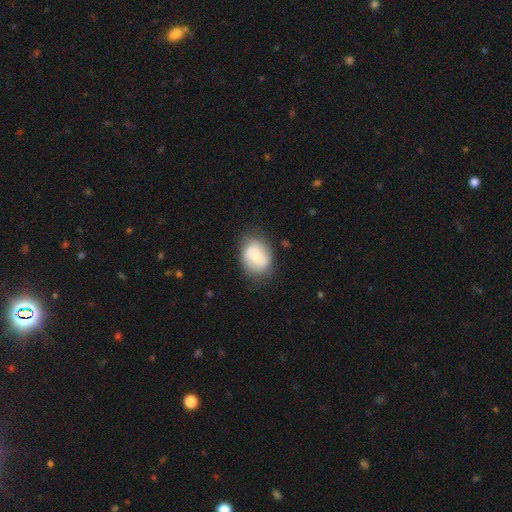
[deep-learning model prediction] Overall: smooth (50%; featured or disk 42%). How rounded: in between (55%; round 44%). Merging: none (70%).